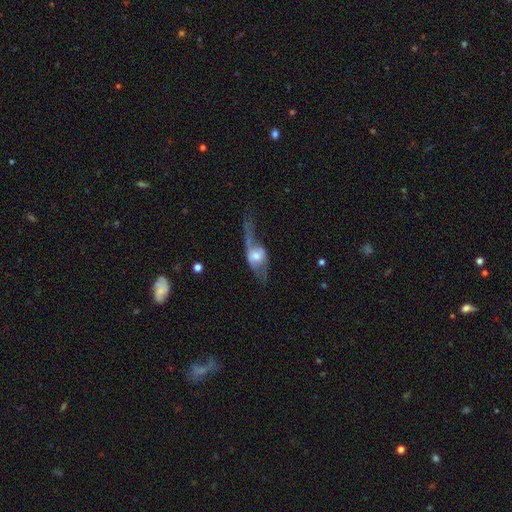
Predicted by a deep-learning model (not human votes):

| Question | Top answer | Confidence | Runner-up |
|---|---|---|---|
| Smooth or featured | featured or disk | 58% | smooth (35%) |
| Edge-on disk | no | 56% | yes (44%) |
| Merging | major disturbance | 43% | none (29%) |